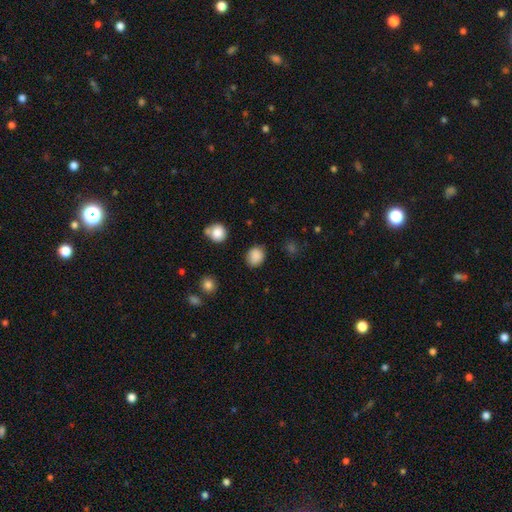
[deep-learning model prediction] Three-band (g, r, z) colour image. It shows a smooth galaxy with no disk features (86%) that is round (59%). Merging: none (83%).